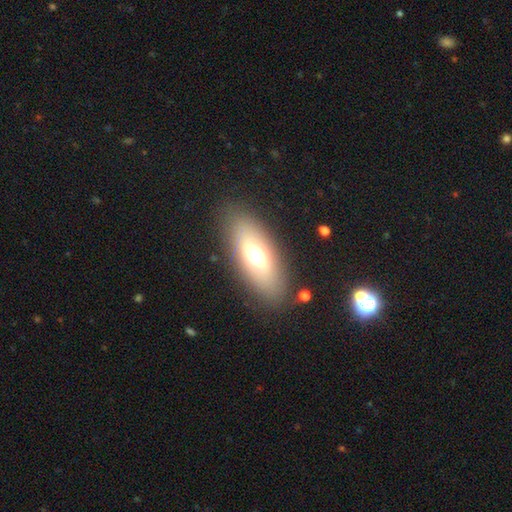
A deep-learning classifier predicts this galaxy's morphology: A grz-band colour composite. It shows a smooth galaxy with no disk features (63%) that is in between round and cigar-shaped (80%). Merging: none (83%).